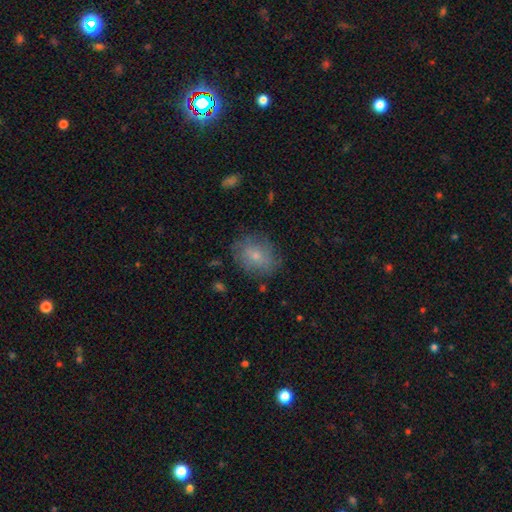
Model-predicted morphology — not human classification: Smooth or featured: smooth — 65% (featured or disk — 26%)
How rounded: in between — 51% (round — 47%)
Merging: none — 73% (minor disturbance — 19%)